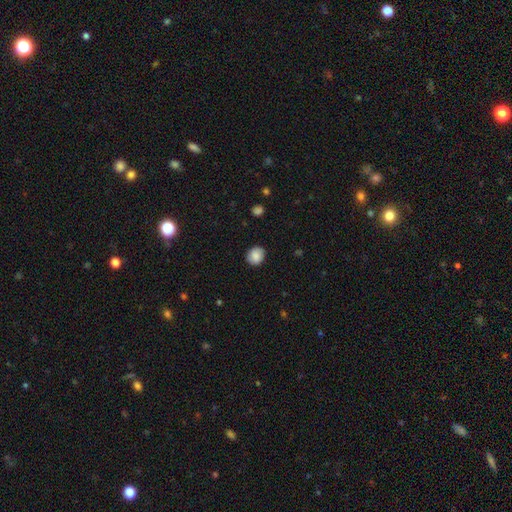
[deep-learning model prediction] A smooth galaxy with no disk features (82%) that is round (76%). Merging: none (85%).